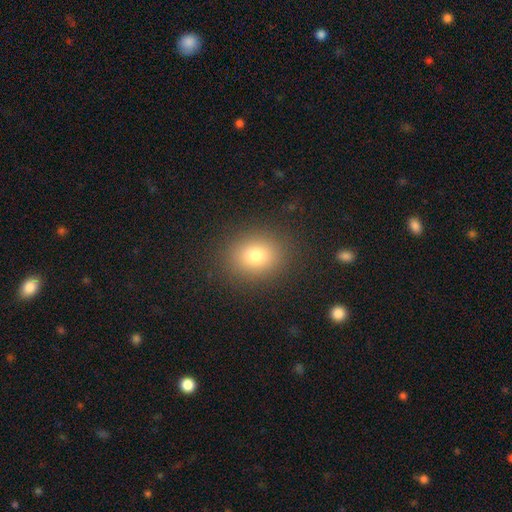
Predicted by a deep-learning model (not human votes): smooth_or_featured: smooth (p=0.78) [alt: star or artifact p=0.13]
how_rounded: round (p=0.61) [alt: in between p=0.38]
merging: none (p=0.88) [alt: minor disturbance p=0.08]